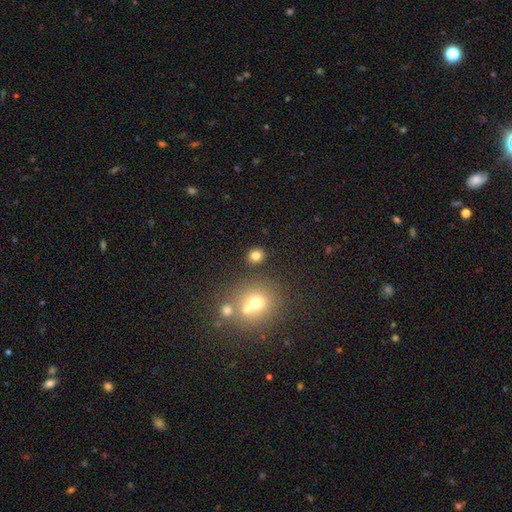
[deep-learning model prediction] Smooth or featured? smooth (78%)
How rounded? round (78%)
Merging? none (82%)